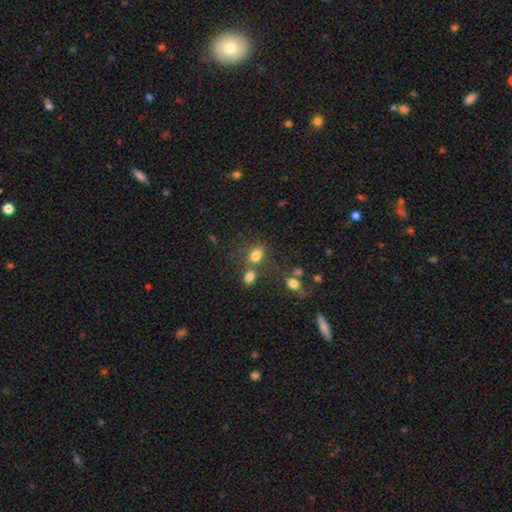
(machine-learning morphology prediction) Smooth or featured?
  - smooth: 78% *
  - star or artifact: 14%
  - featured or disk: 8%
How rounded?
  - in between: 64% *
  - round: 34%
  - cigar-shaped: 2%
Merging?
  - none: 49% *
  - merger: 34%
  - minor disturbance: 12%
  - major disturbance: 6%